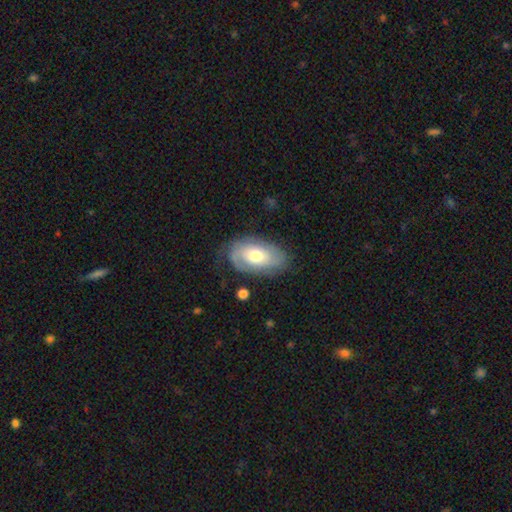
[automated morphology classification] Smooth or featured? Predicted: featured or disk (p=0.57). Edge-on disk? Predicted: no (p=0.93). Bar? Predicted: no (p=0.74). Spiral arms? Predicted: yes (p=0.78). Bulge size? Predicted: moderate (p=0.68). Merging? Predicted: none (p=0.68).